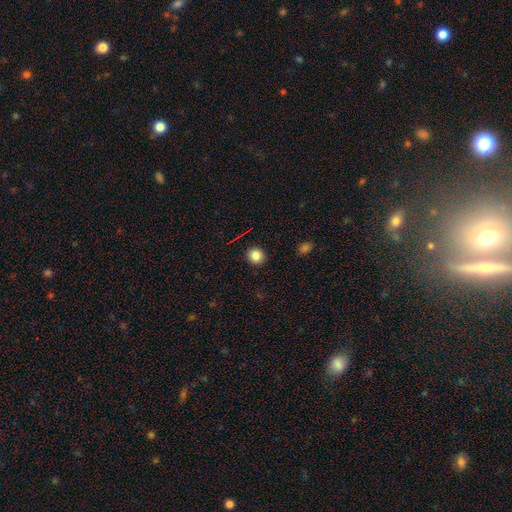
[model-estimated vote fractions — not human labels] Smooth or featured?
  - smooth: 84% *
  - star or artifact: 12%
  - featured or disk: 5%
How rounded?
  - round: 91% *
  - in between: 8%
  - cigar-shaped: 1%
Merging?
  - none: 91% *
  - minor disturbance: 6%
  - major disturbance: 2%
  - merger: 1%